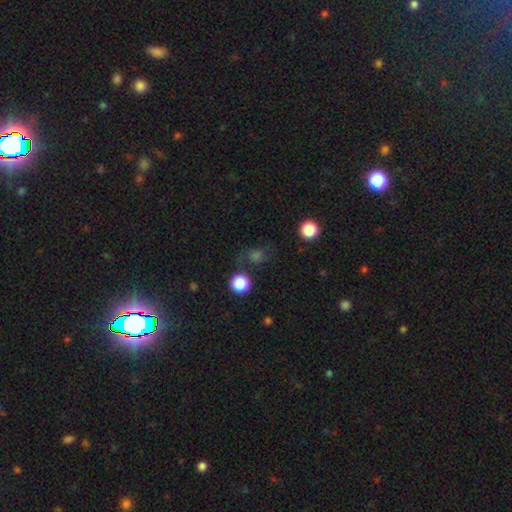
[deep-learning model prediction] The model was most divided on "smooth or featured": smooth: 57%, star or artifact: 32%, featured or disk: 11%. More confident: how rounded — round (80%); merging — none (66%).